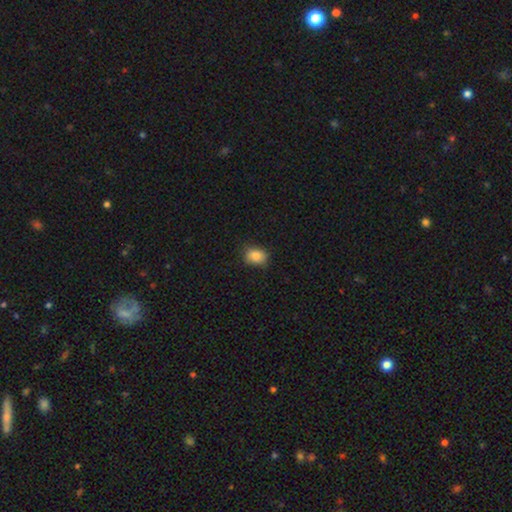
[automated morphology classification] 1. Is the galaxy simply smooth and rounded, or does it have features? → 86% smooth, 9% star or artifact, 5% featured or disk.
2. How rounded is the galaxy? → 62% in between, 37% round, 1% cigar-shaped.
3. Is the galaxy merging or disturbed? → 80% none, 16% minor disturbance, 3% major disturbance, 1% merger.